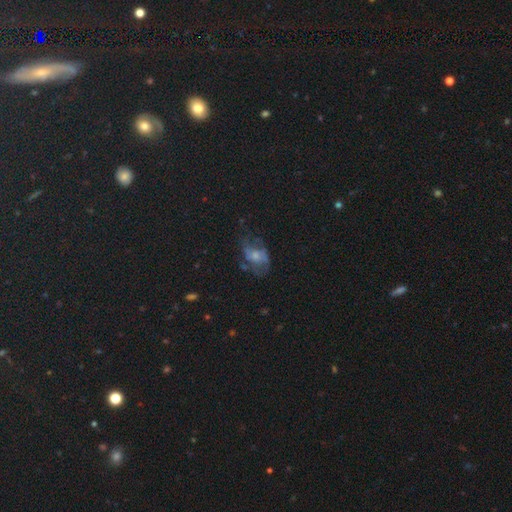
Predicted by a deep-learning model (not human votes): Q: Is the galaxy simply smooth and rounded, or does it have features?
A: featured or disk — 48%.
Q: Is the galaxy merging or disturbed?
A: none — 38%.